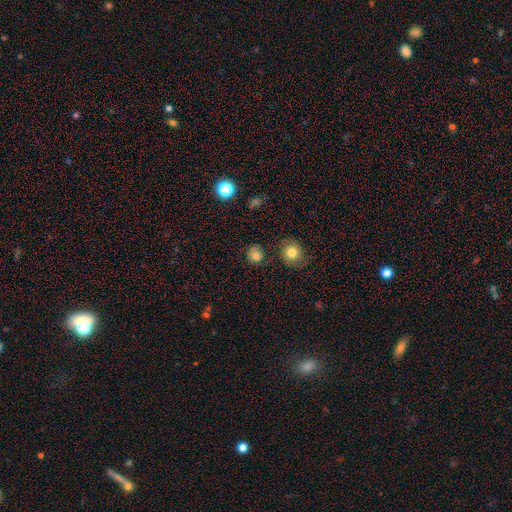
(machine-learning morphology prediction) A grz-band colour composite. It shows a smooth galaxy with no disk features (79%) that is round (82%). Merging: none (75%).